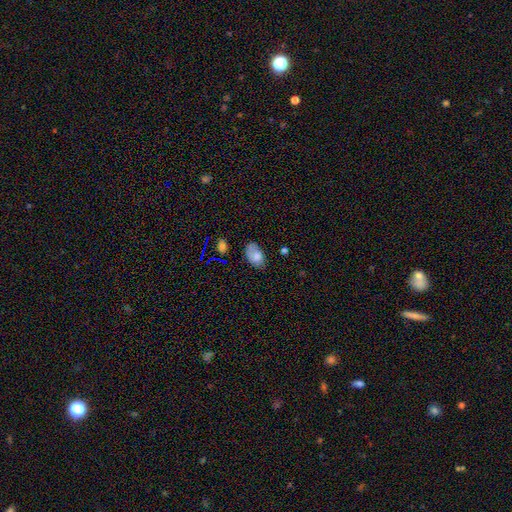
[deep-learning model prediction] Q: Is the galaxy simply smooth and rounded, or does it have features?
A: smooth — 76%.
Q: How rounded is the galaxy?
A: in between — 91%.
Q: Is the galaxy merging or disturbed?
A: none — 60%.